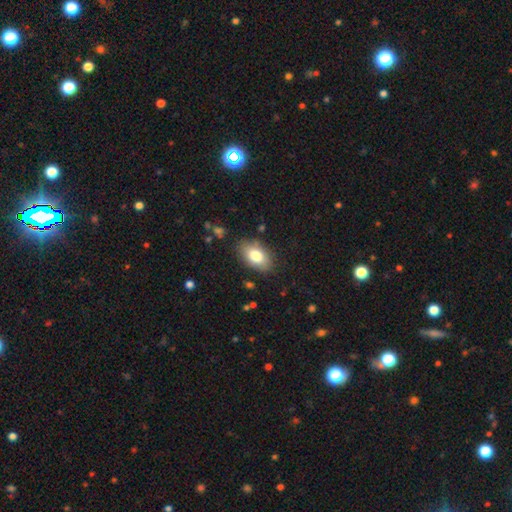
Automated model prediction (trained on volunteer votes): smooth 79%, featured or disk 13%, star or artifact 7%. Down the decision tree: how rounded — in between (90%); merging — none (83%).